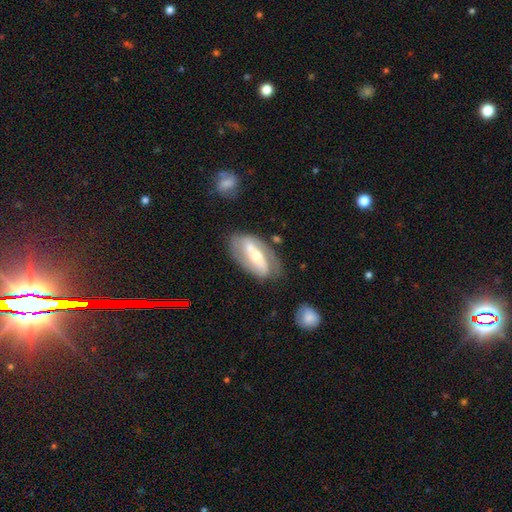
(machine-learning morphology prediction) featured or disk 73%, smooth 22%, star or artifact 5%. Down the decision tree: edge-on disk — no (89%); bar — strong (55%); spiral arms — yes (74%); bulge size — moderate (58%); merging — none (68%).